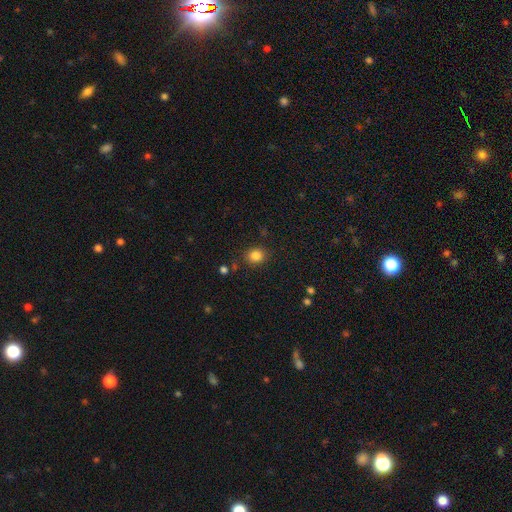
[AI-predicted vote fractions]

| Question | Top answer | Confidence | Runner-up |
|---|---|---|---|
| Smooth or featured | smooth | 83% | star or artifact (12%) |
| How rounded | round | 69% | in between (30%) |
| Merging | none | 85% | minor disturbance (9%) |